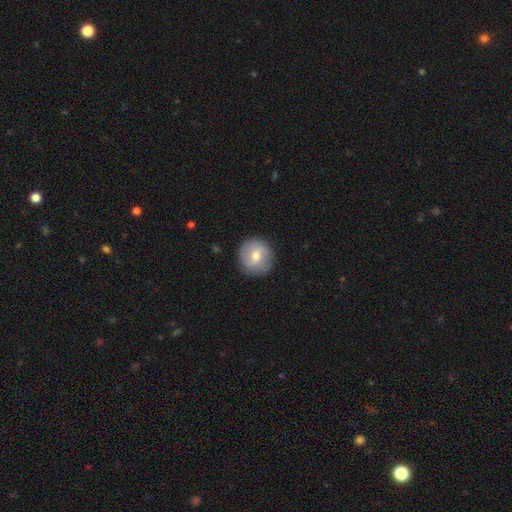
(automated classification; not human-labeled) smooth-or-featured: smooth: 50% | featured or disk: 43% | star or artifact: 7%
  how-rounded: round: 92% | in between: 7% | cigar-shaped: 1%
  merging: none: 87% | minor disturbance: 9% | major disturbance: 3% | merger: 1%